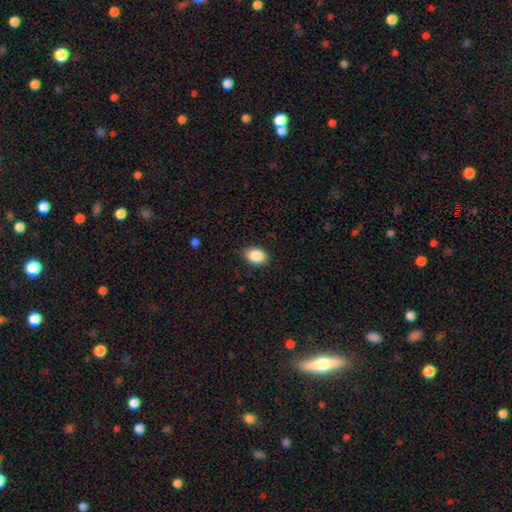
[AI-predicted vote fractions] Smooth or featured? Predicted: smooth (p=0.88). How rounded? Predicted: in between (p=0.74). Merging? Predicted: none (p=0.83).